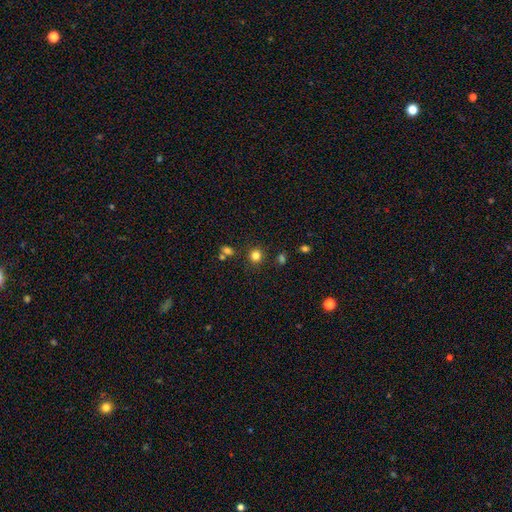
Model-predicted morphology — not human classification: A smooth galaxy with no disk features (81%) that is round (90%).

Vote fractions:
- Smooth or featured? smooth: 81% / star or artifact: 14% / featured or disk: 5%
- How rounded? round: 90% / in between: 9% / cigar-shaped: 1%
- Merging? none: 86% / minor disturbance: 7% / merger: 5% / major disturbance: 3%